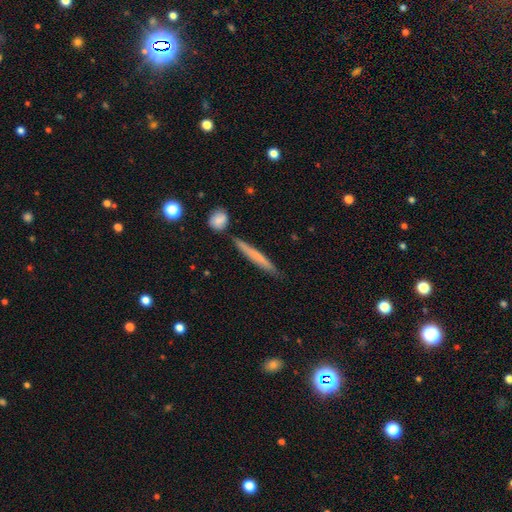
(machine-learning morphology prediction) smooth_or_featured: smooth (p=0.62) [alt: featured or disk p=0.32]
how_rounded: cigar-shaped (p=0.96) [alt: in between p=0.03]
merging: none (p=0.84) [alt: minor disturbance p=0.10]